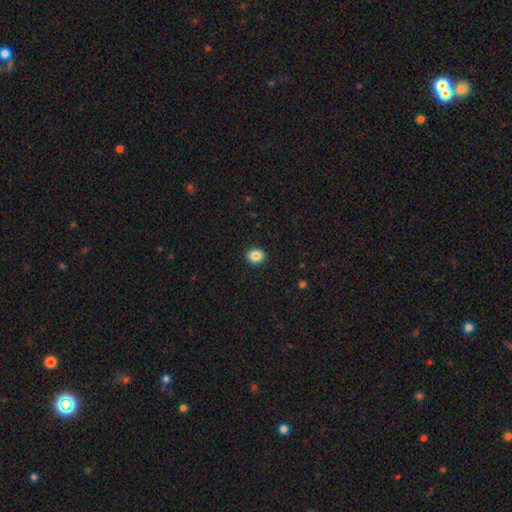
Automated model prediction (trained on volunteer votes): smooth 86%, star or artifact 9%, featured or disk 5%. Down the decision tree: how rounded — round (61%); merging — none (92%).